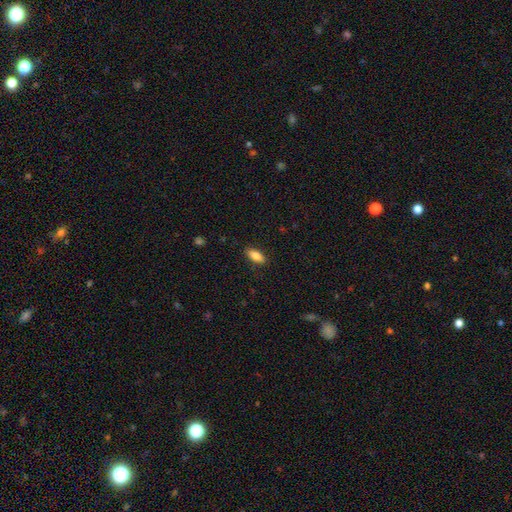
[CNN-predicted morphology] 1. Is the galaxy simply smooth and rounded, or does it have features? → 83% smooth, 10% featured or disk, 7% star or artifact.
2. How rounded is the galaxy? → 84% in between, 14% cigar-shaped, 2% round.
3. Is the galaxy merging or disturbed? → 87% none, 10% minor disturbance, 2% major disturbance, 1% merger.